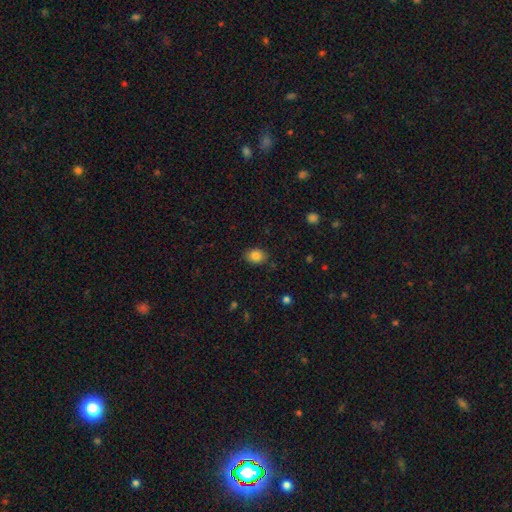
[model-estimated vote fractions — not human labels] Smooth or featured?
  - smooth: 85% *
  - star or artifact: 10%
  - featured or disk: 6%
How rounded?
  - in between: 63% *
  - round: 36%
  - cigar-shaped: 1%
Merging?
  - none: 83% *
  - minor disturbance: 13%
  - major disturbance: 3%
  - merger: 1%